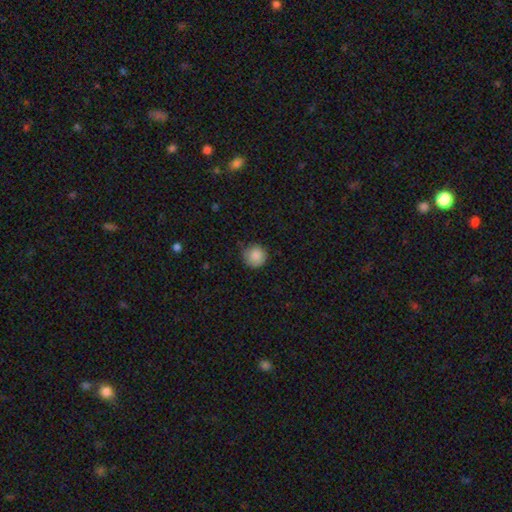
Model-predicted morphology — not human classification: Smooth or featured: smooth — 87% (star or artifact — 9%)
How rounded: round — 94% (in between — 5%)
Merging: none — 77% (minor disturbance — 19%)